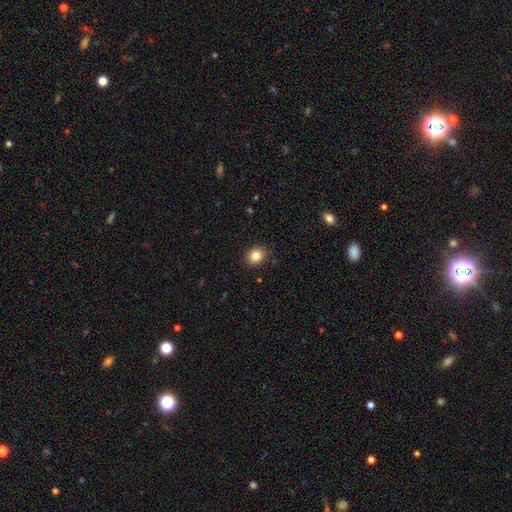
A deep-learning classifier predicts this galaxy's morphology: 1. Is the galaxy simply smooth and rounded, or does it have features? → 83% smooth, 11% star or artifact, 6% featured or disk.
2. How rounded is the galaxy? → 68% round, 31% in between, 1% cigar-shaped.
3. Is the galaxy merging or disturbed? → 89% none, 8% minor disturbance, 2% major disturbance, 1% merger.